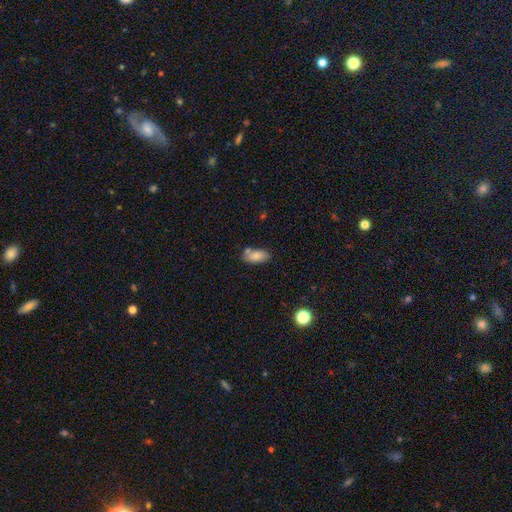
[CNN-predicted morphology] type=smooth (84%); roundness=in between (90%); merging=none (64%).